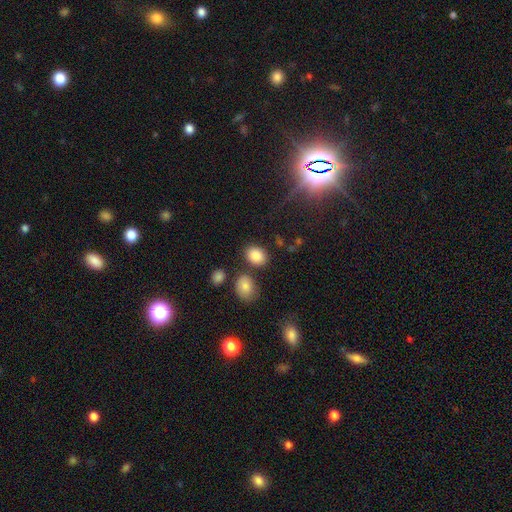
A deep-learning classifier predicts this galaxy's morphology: Smooth or featured: smooth — 85% (star or artifact — 9%)
How rounded: in between — 60% (round — 39%)
Merging: none — 76% (minor disturbance — 11%)